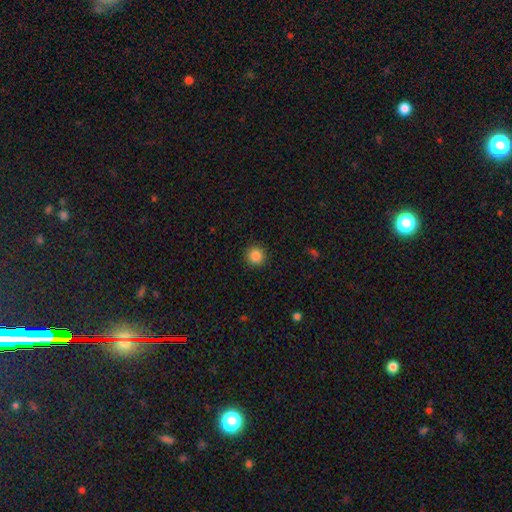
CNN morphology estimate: The model was most divided on "smooth or featured": smooth: 86%, star or artifact: 10%, featured or disk: 3%. More confident: how rounded — round (95%); merging — none (92%).